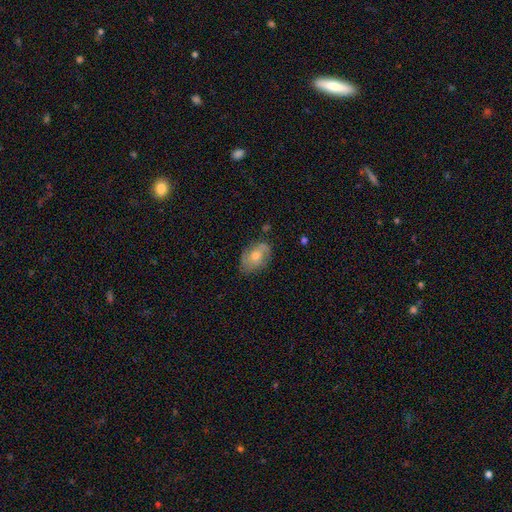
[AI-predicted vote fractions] A featured or disk galaxy (50%).

Vote fractions:
- Smooth or featured? featured or disk: 50% / smooth: 41% / star or artifact: 9%
- Edge-on disk? no: 94% / yes: 6%
- Merging? none: 70% / minor disturbance: 22% / major disturbance: 6% / merger: 2%